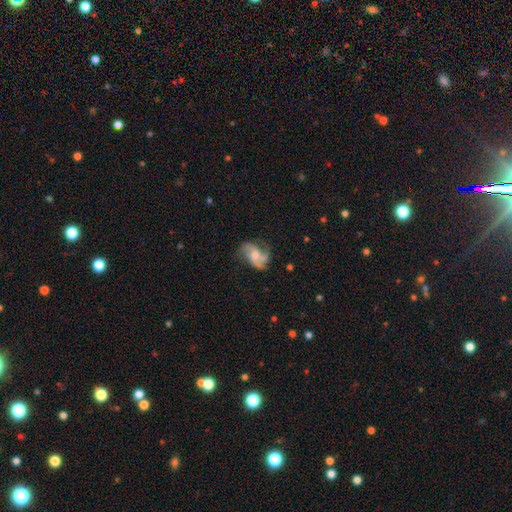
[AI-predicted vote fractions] Smooth or featured? featured or disk (72%)
Edge-on disk? no (97%)
Bar? no (64%)
Spiral arms? yes (89%)
Spiral winding? loose (47%)
Spiral arm count? 2 (53%)
Bulge size? moderate (54%)
Merging? none (53%)